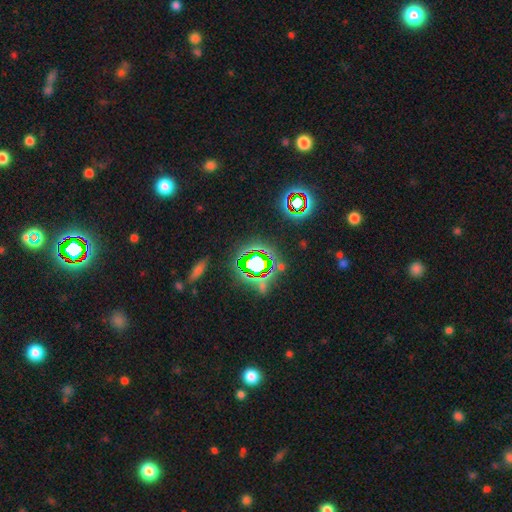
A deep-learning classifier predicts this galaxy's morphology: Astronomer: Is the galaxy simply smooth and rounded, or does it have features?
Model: star or artifact — 73%.